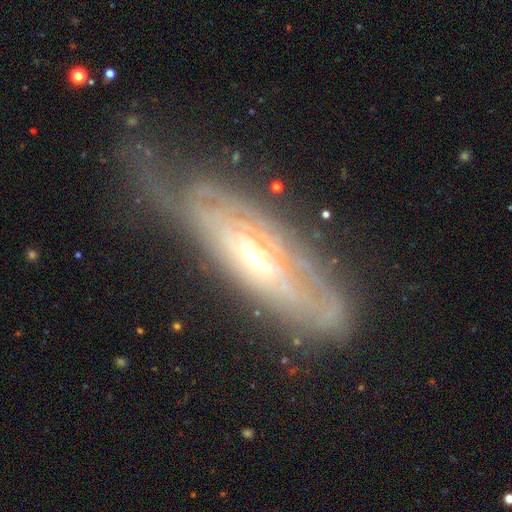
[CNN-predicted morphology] Smooth or featured: featured or disk — 81% (smooth — 13%)
Edge-on disk: no — 75% (yes — 25%)
Bar: no — 62% (weak — 27%)
Spiral arms: yes — 80% (no — 20%)
Bulge size: small — 52% (moderate — 44%)
Merging: none — 50% (minor disturbance — 29%)